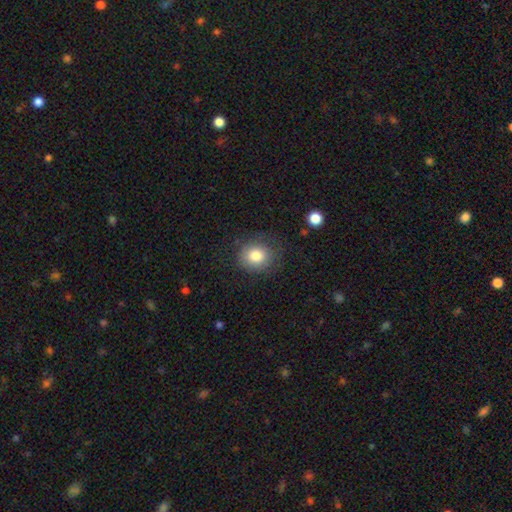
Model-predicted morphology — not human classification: The model was most divided on "how rounded": round: 73%, in between: 26%, cigar-shaped: 1%. More confident: smooth or featured — smooth (82%); merging — none (75%).